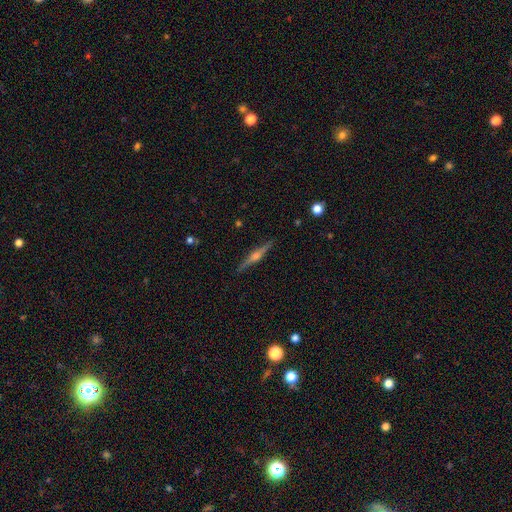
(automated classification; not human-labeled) smooth-or-featured: featured or disk: 79% | smooth: 15% | star or artifact: 6%
  disk-edge-on: yes: 98% | no: 2%
    edge-on-bulge: rounded: 87% | boxy: 8% | none: 5%
  merging: none: 91% | minor disturbance: 7% | major disturbance: 1% | merger: 1%